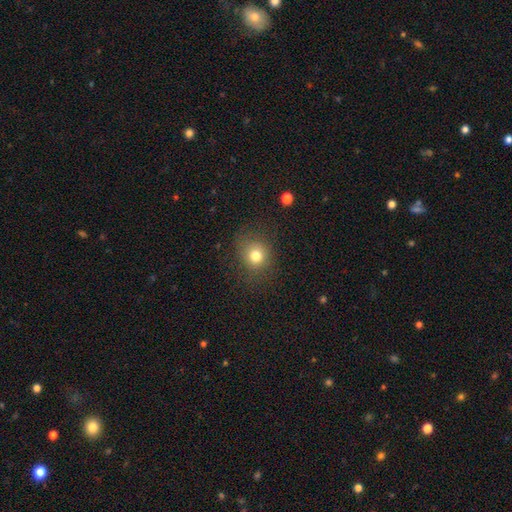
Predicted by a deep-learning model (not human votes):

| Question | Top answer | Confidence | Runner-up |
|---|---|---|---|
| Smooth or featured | smooth | 77% | star or artifact (14%) |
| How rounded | round | 77% | in between (22%) |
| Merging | none | 78% | minor disturbance (14%) |